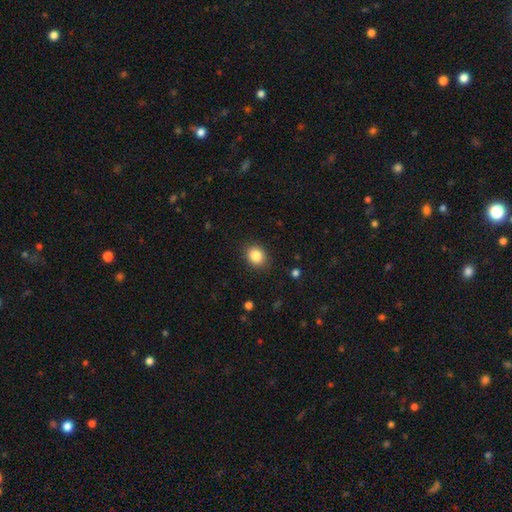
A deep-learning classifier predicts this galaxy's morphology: Smooth or featured? smooth (85%)
How rounded? round (56%)
Merging? none (87%)